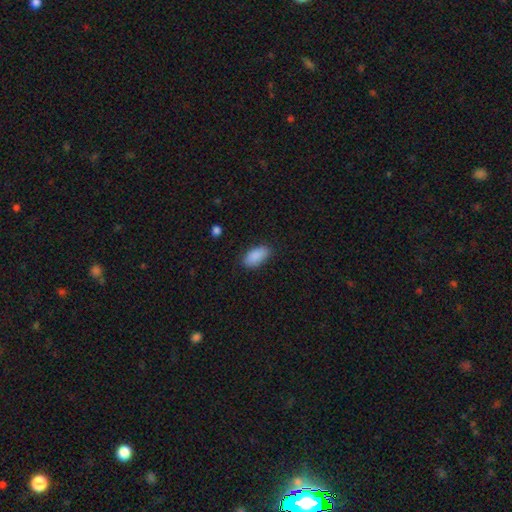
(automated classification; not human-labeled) Smooth or featured? smooth (89%)
How rounded? in between (92%)
Merging? none (84%)